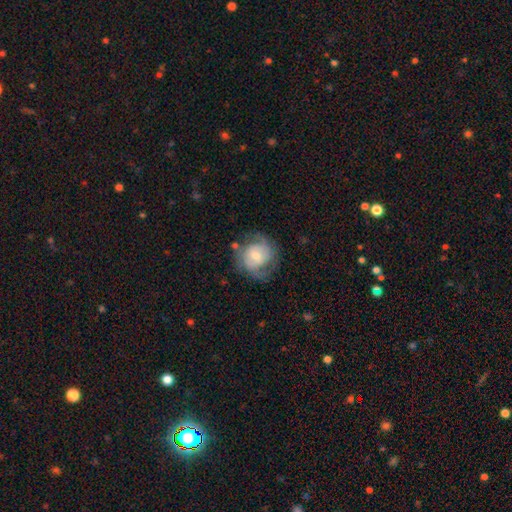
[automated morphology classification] Q: Smooth or featured?
A: featured or disk (65%); runner-up: smooth (29%)
Q: Edge-on disk?
A: no (97%); runner-up: yes (3%)
Q: Bar?
A: no (48%); runner-up: weak (43%)
Q: Spiral arms?
A: yes (83%); runner-up: no (17%)
Q: Spiral winding?
A: medium (42%); runner-up: tight (41%)
Q: Spiral arm count?
A: 2 (58%); runner-up: can't tell (24%)
Q: Bulge size?
A: moderate (53%); runner-up: small (38%)
Q: Merging?
A: none (61%); runner-up: minor disturbance (22%)